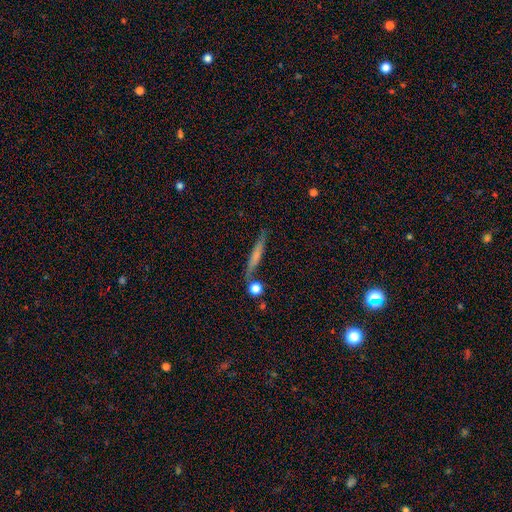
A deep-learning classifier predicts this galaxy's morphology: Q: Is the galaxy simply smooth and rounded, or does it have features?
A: smooth — 49%.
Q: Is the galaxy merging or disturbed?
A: none — 74%.